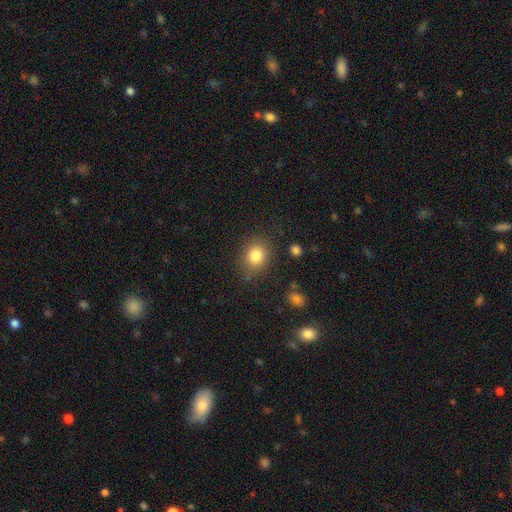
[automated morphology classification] A smooth galaxy with no disk features (83%) that is round (64%).

Vote fractions:
- Smooth or featured? smooth: 83% / star or artifact: 10% / featured or disk: 7%
- How rounded? round: 64% / in between: 35% / cigar-shaped: 1%
- Merging? none: 79% / minor disturbance: 13% / major disturbance: 5% / merger: 3%